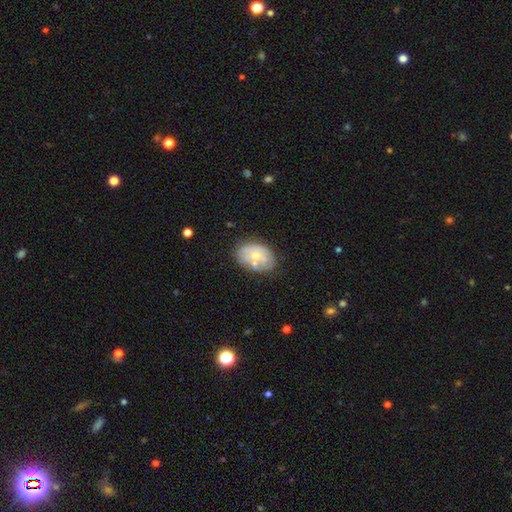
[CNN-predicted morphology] smooth_or_featured: smooth (p=0.47) [alt: featured or disk p=0.46]
merging: none (p=0.61) [alt: minor disturbance p=0.23]